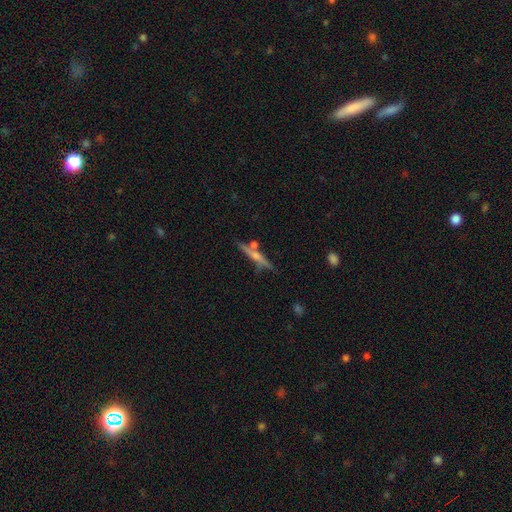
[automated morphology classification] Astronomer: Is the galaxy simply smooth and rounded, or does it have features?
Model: featured or disk — 59%.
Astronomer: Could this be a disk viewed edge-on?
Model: yes — 94%.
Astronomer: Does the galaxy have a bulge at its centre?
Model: rounded — 68%.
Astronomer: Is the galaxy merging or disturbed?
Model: none — 70%.